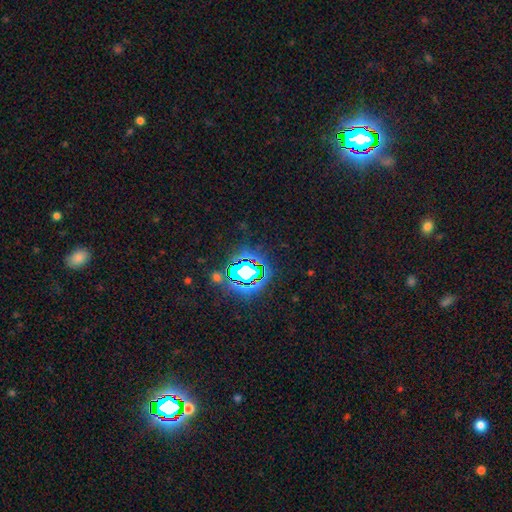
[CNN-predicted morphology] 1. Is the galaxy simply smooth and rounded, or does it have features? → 82% star or artifact, 11% smooth, 7% featured or disk.